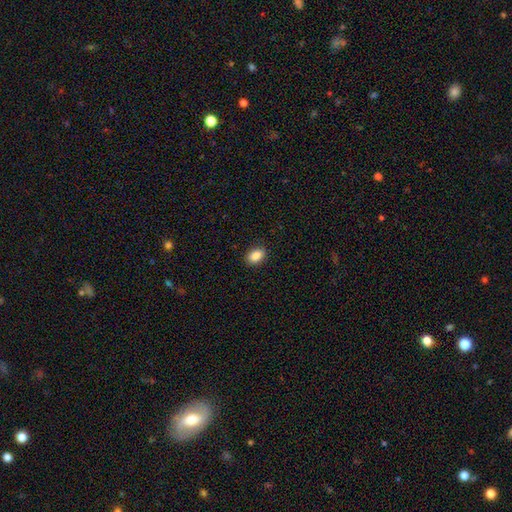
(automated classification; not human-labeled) Smooth or featured?
  - smooth: 87% *
  - star or artifact: 8%
  - featured or disk: 4%
How rounded?
  - in between: 81% *
  - round: 17%
  - cigar-shaped: 1%
Merging?
  - none: 90% *
  - minor disturbance: 8%
  - major disturbance: 2%
  - merger: 1%